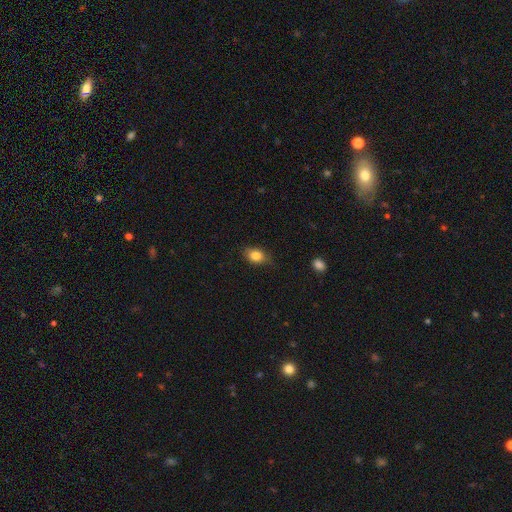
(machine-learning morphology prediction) A smooth galaxy with no disk features (82%) that is in between round and cigar-shaped (70%).

Vote fractions:
- Smooth or featured? smooth: 82% / star or artifact: 9% / featured or disk: 9%
- How rounded? in between: 70% / round: 28% / cigar-shaped: 2%
- Merging? none: 74% / minor disturbance: 21% / major disturbance: 4% / merger: 1%